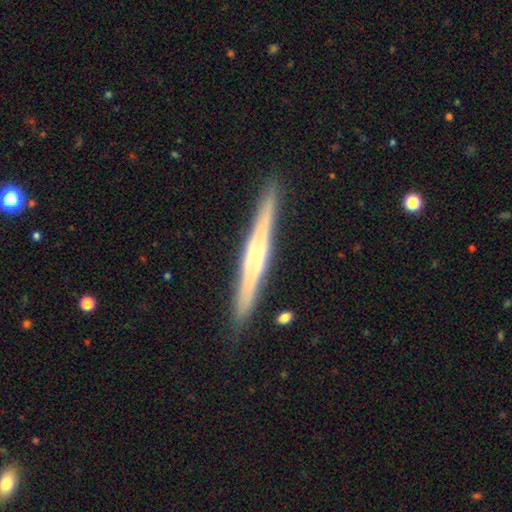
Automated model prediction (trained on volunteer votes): A featured or disk galaxy (72%) viewed edge-on (97%) with a rounded central bulge (49%).

Vote fractions:
- Smooth or featured? featured or disk: 72% / smooth: 22% / star or artifact: 6%
- Edge-on disk? yes: 97% / no: 3%
- Edge-on bulge? rounded: 49% / none: 28% / boxy: 24%
- Merging? none: 90% / minor disturbance: 7% / major disturbance: 2% / merger: 1%